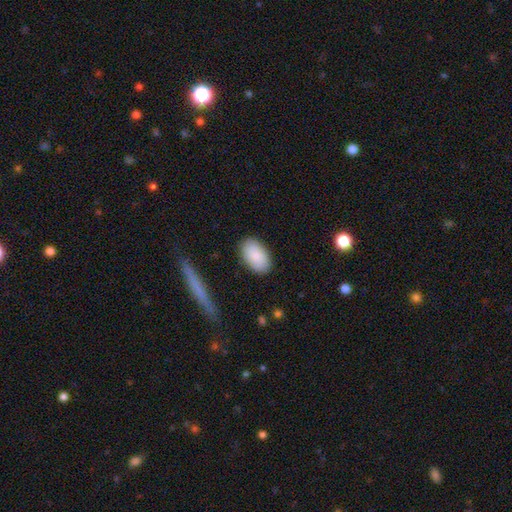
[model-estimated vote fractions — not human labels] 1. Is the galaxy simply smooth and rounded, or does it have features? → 87% smooth, 7% featured or disk, 6% star or artifact.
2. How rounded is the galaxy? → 92% in between, 6% round, 1% cigar-shaped.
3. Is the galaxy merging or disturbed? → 86% none, 10% minor disturbance, 2% major disturbance, 1% merger.